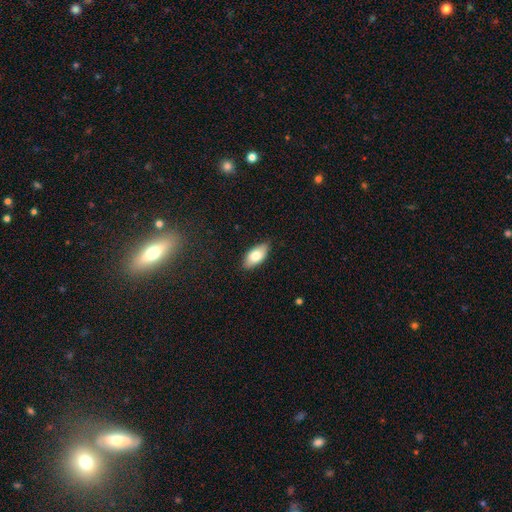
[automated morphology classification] This appears to be a smooth galaxy with no disk features (77%) that is in between round and cigar-shaped (91%). Merging: none (83%).